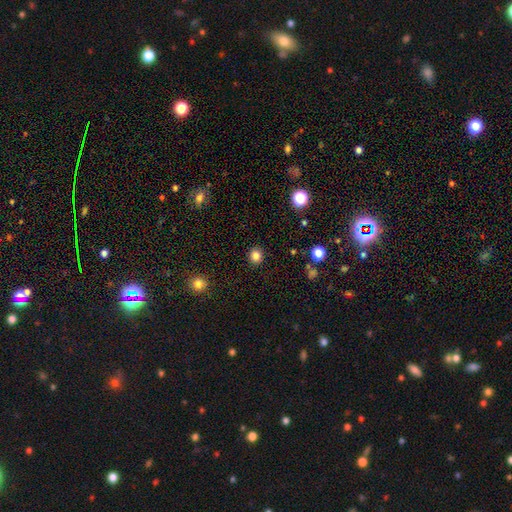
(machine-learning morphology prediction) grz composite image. It shows a smooth galaxy with no disk features (84%) that is round (86%). Merging: none (91%).